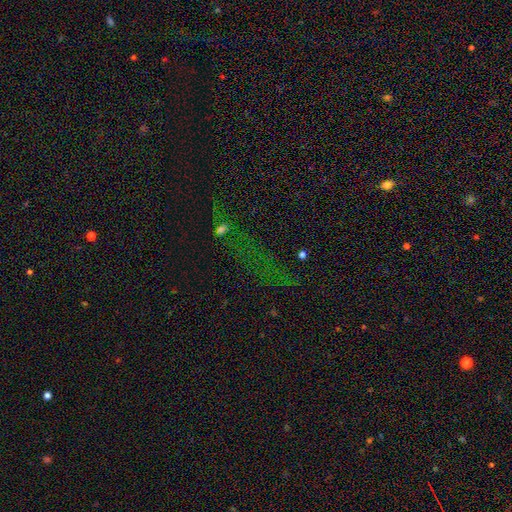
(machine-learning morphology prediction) star or artifact 71%, smooth 20%, featured or disk 10%.